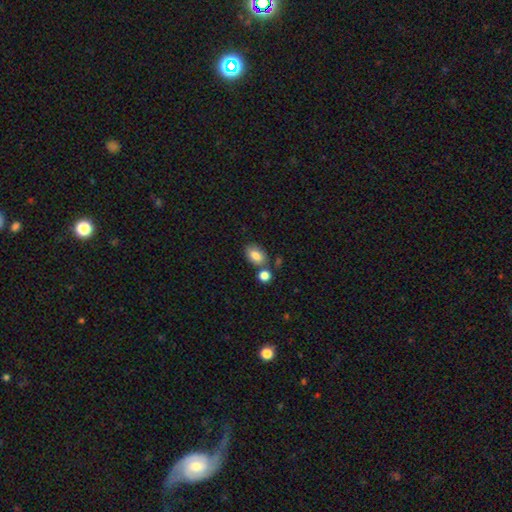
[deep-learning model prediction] smooth_or_featured: smooth (p=0.83) [alt: featured or disk p=0.09]
how_rounded: in between (p=0.87) [alt: round p=0.12]
merging: none (p=0.66) [alt: merger p=0.17]